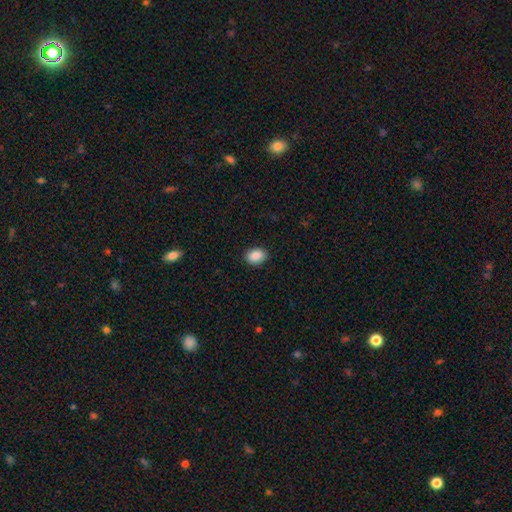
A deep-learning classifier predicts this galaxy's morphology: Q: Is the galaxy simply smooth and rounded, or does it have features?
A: smooth — 89%.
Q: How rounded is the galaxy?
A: in between — 76%.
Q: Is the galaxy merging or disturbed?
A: none — 89%.